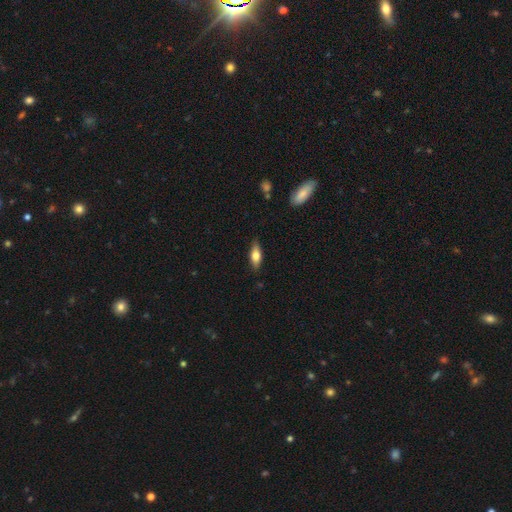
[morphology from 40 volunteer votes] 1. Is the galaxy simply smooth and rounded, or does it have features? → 62% smooth, 28% featured or disk, 10% star or artifact.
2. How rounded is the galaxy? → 56% cigar-shaped, 40% in between, 4% round.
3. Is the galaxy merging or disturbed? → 86% none, 14% minor disturbance, 0% major disturbance, 0% merger.